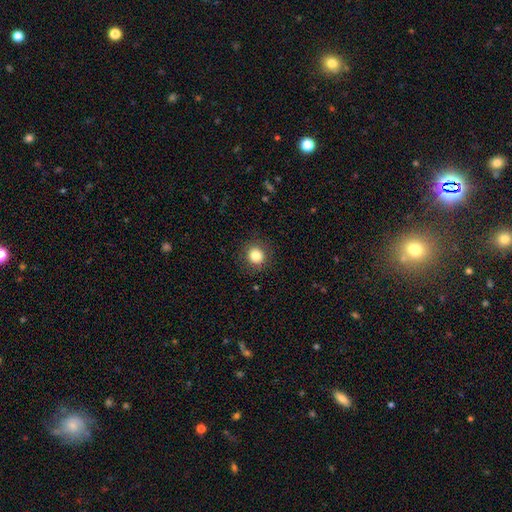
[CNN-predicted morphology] type=smooth (82%); roundness=round (91%); merging=none (89%).